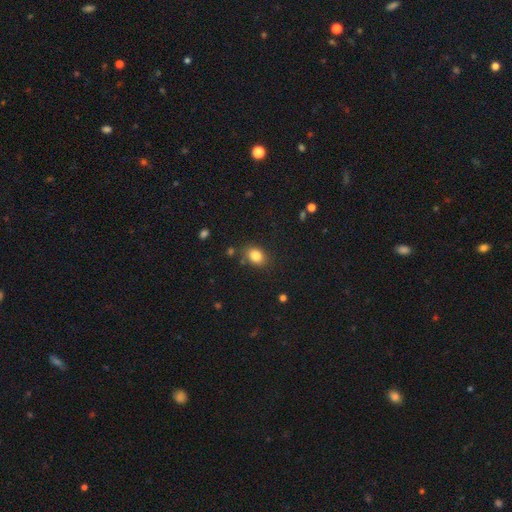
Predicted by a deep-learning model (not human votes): Smooth or featured: smooth — 83% (star or artifact — 10%)
How rounded: in between — 69% (round — 30%)
Merging: none — 82% (minor disturbance — 12%)